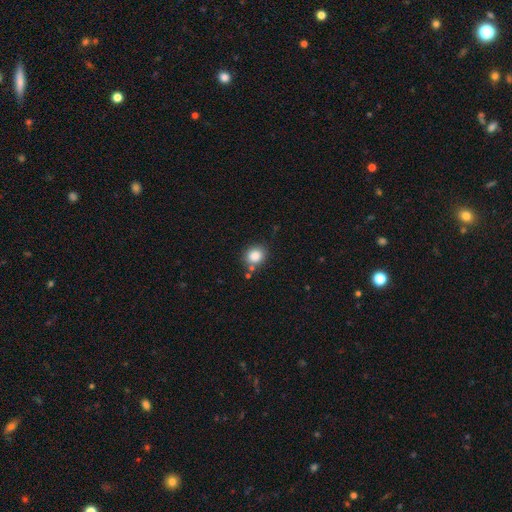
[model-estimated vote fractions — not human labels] Smooth or featured? Predicted: smooth (p=0.85). How rounded? Predicted: round (p=0.70). Merging? Predicted: none (p=0.74).